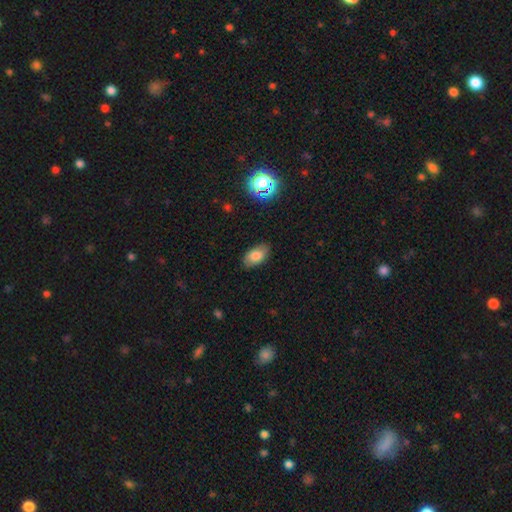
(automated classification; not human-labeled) Smooth or featured? Predicted: smooth (p=0.79). How rounded? Predicted: in between (p=0.93). Merging? Predicted: none (p=0.85).